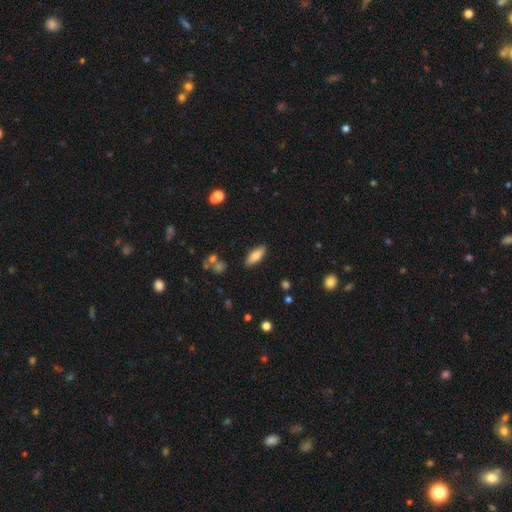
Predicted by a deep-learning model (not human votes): smooth_or_featured: smooth (p=0.78) [alt: featured or disk p=0.15]
how_rounded: in between (p=0.71) [alt: cigar-shaped p=0.27]
merging: none (p=0.86) [alt: minor disturbance p=0.10]